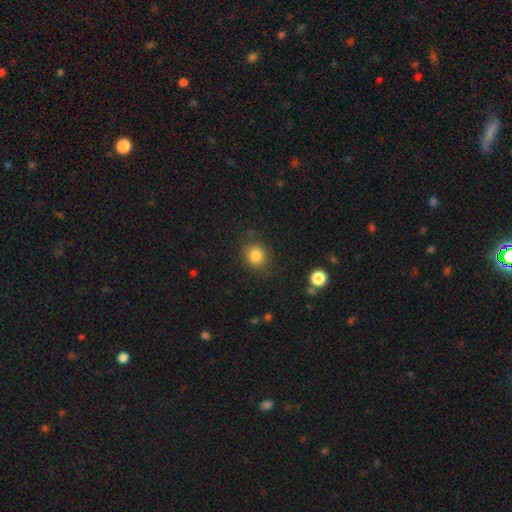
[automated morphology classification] type=smooth (83%); roundness=round (79%); merging=none (84%).